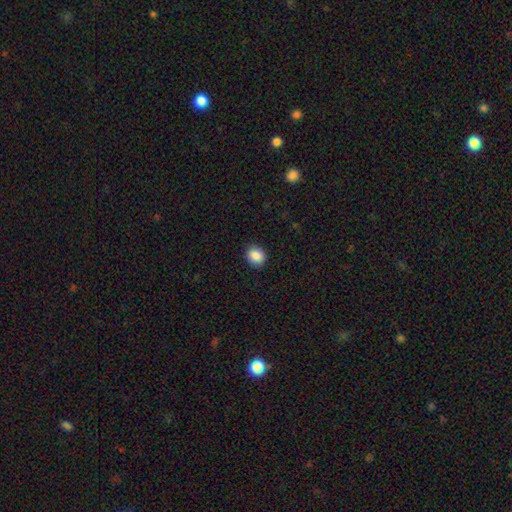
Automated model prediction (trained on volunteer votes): A smooth galaxy with no disk features (88%) that is round (70%). Merging: none (90%).